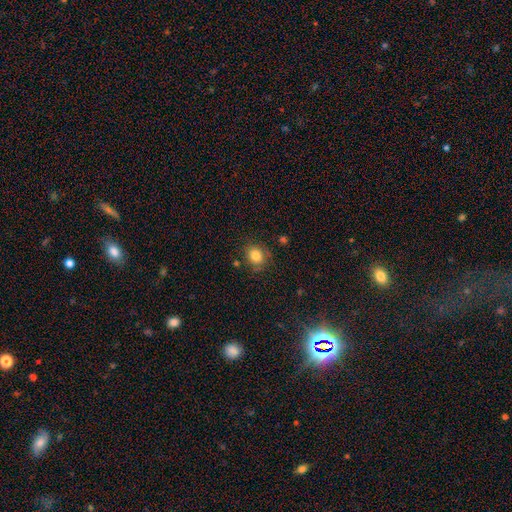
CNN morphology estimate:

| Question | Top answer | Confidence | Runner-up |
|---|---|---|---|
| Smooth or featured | smooth | 82% | star or artifact (10%) |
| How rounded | round | 65% | in between (35%) |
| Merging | none | 76% | minor disturbance (16%) |